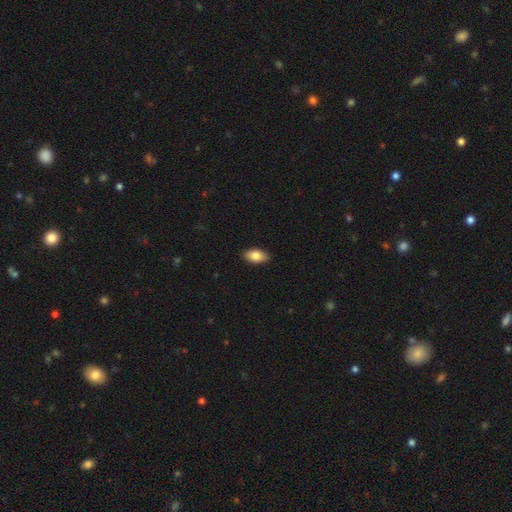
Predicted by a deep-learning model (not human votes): Overall: smooth (83%). How rounded: in between (93%). Merging: none (90%).